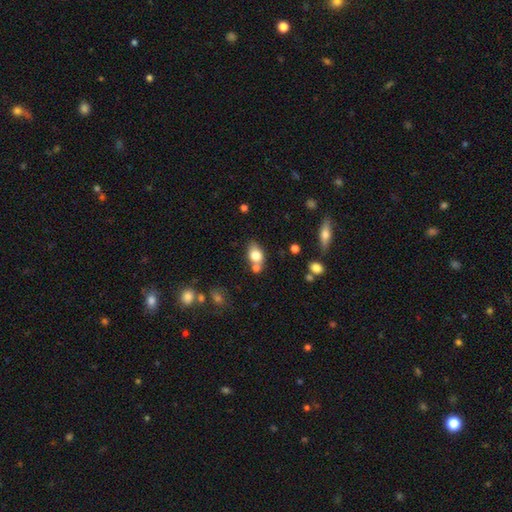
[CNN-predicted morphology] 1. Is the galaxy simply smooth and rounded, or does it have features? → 78% smooth, 13% featured or disk, 9% star or artifact.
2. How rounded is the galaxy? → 75% in between, 23% round, 2% cigar-shaped.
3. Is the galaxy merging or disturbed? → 57% none, 24% merger, 15% minor disturbance, 4% major disturbance.